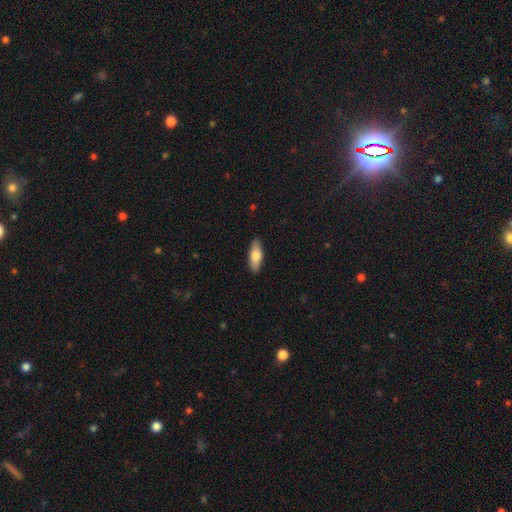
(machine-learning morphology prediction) smooth-or-featured: smooth: 75% | featured or disk: 19% | star or artifact: 6%
  how-rounded: in between: 70% | cigar-shaped: 28% | round: 2%
  merging: none: 89% | minor disturbance: 9% | major disturbance: 2% | merger: 1%